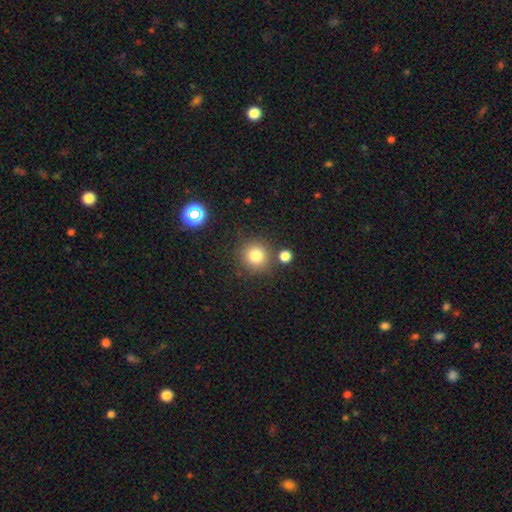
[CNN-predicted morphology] A smooth galaxy with no disk features (80%) that is round (93%).

Vote fractions:
- Smooth or featured? smooth: 80% / star or artifact: 13% / featured or disk: 7%
- How rounded? round: 93% / in between: 6% / cigar-shaped: 1%
- Merging? none: 81% / minor disturbance: 8% / merger: 8% / major disturbance: 3%